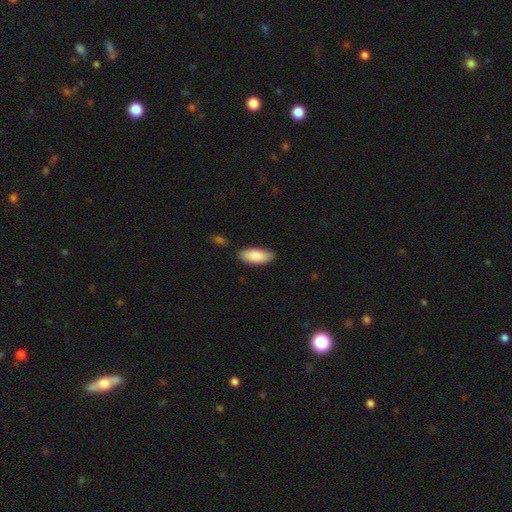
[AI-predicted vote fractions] smooth_or_featured: smooth (p=0.88) [alt: featured or disk p=0.07]
how_rounded: in between (p=0.84) [alt: cigar-shaped p=0.15]
merging: none (p=0.81) [alt: minor disturbance p=0.14]